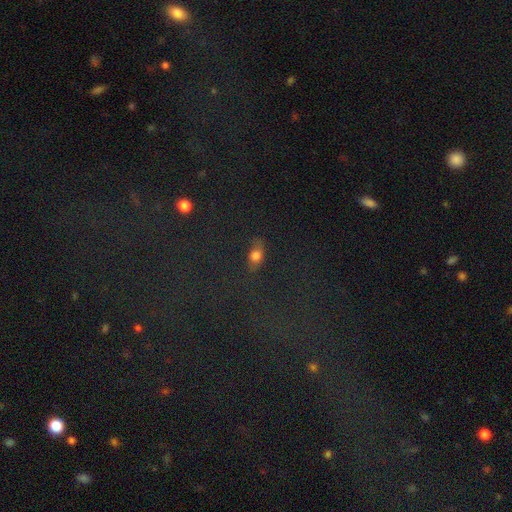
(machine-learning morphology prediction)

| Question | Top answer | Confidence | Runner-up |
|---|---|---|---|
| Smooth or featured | smooth | 71% | star or artifact (15%) |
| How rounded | in between | 72% | round (20%) |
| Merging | none | 72% | minor disturbance (19%) |